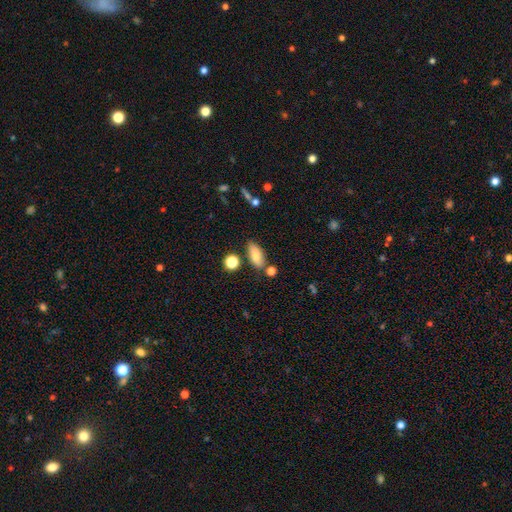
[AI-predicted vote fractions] Smooth or featured? smooth (78%)
How rounded? in between (80%)
Merging? none (73%)